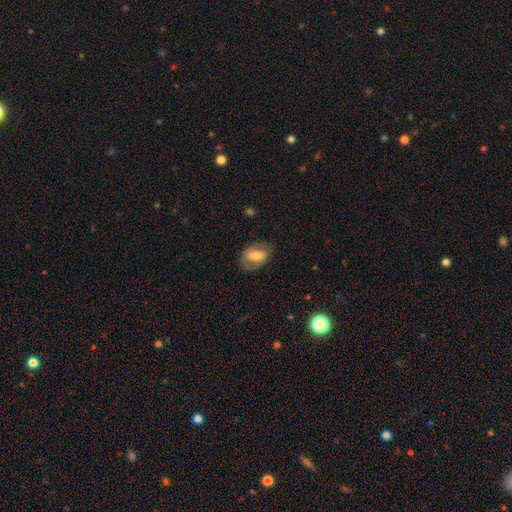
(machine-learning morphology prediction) smooth 48%, featured or disk 45%, star or artifact 7%. Down the decision tree: merging — none (71%).